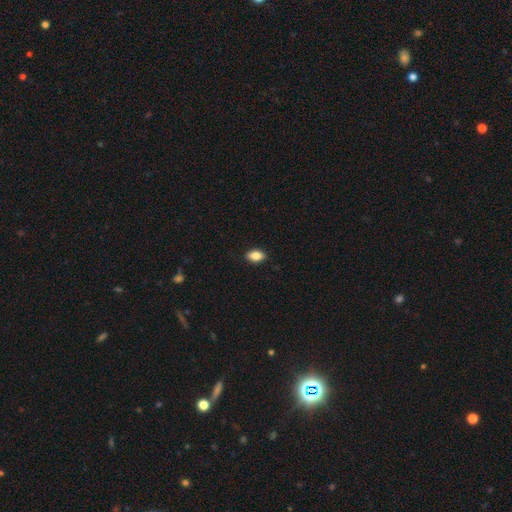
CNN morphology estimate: The model was most divided on "smooth or featured": smooth: 84%, star or artifact: 8%, featured or disk: 8%. More confident: merging — none (89%); how rounded — in between (88%).